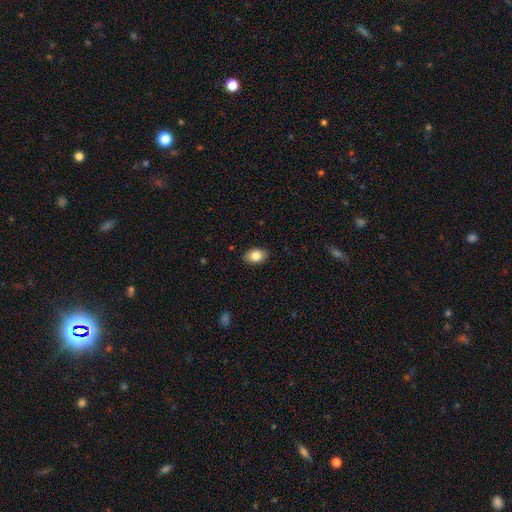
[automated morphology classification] Smooth or featured? Predicted: smooth (p=0.83). How rounded? Predicted: in between (p=0.84). Merging? Predicted: none (p=0.88).